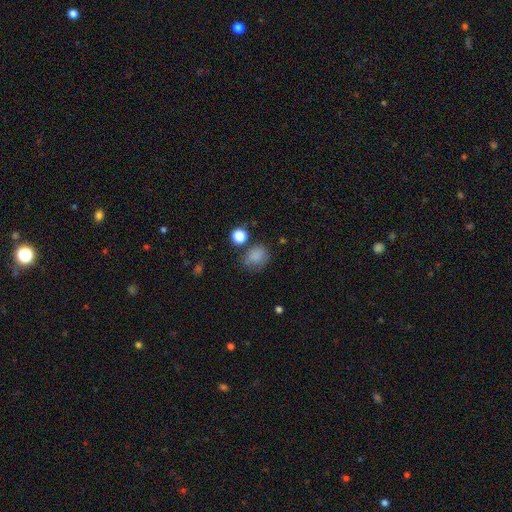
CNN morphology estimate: The model was most divided on "how rounded": round: 62%, in between: 37%, cigar-shaped: 1%. More confident: smooth or featured — smooth (80%); merging — none (65%).